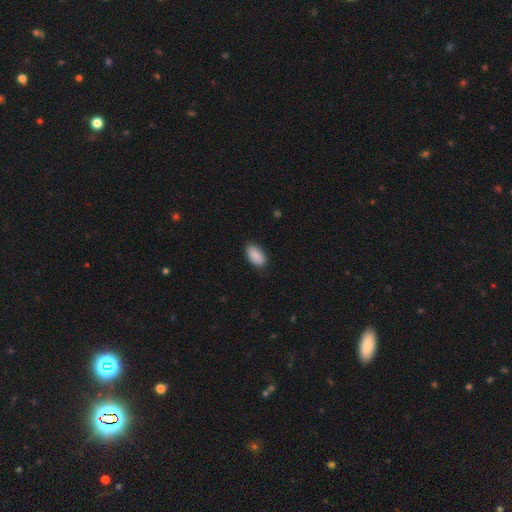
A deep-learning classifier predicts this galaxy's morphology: A smooth galaxy with no disk features (90%) that is in between round and cigar-shaped (94%).

Vote fractions:
- Smooth or featured? smooth: 90% / star or artifact: 7% / featured or disk: 3%
- How rounded? in between: 94% / cigar-shaped: 4% / round: 3%
- Merging? none: 84% / minor disturbance: 12% / major disturbance: 2% / merger: 1%